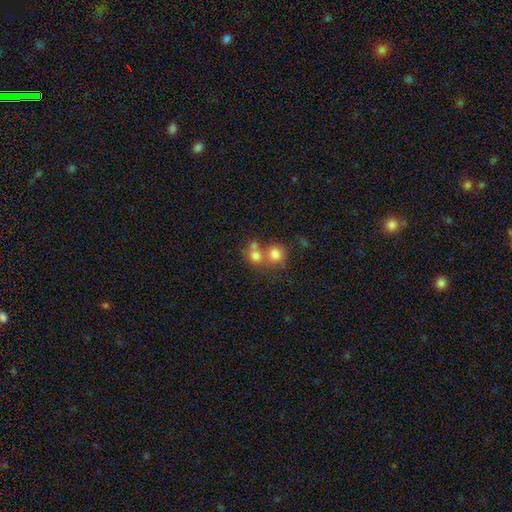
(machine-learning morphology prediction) smooth 73%, featured or disk 14%, star or artifact 13%. Down the decision tree: how rounded — round (80%); merging — merger (53%).